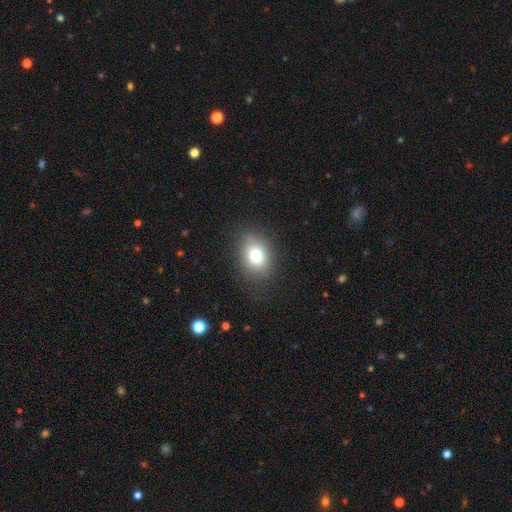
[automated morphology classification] This appears to be a smooth galaxy with no disk features (75%) that is in between round and cigar-shaped (52%). Merging: none (82%).